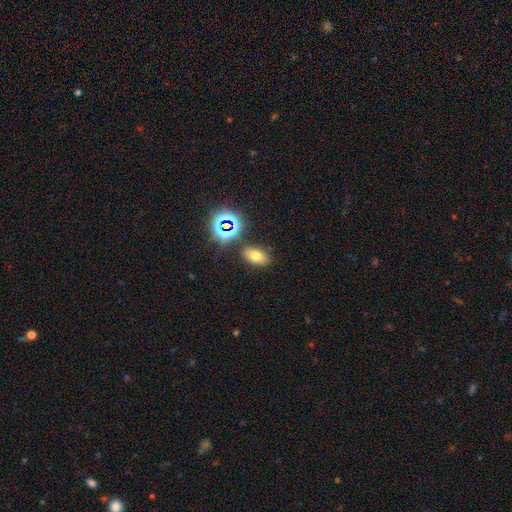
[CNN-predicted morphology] type=smooth (65%); roundness=in between (84%); merging=none (82%).